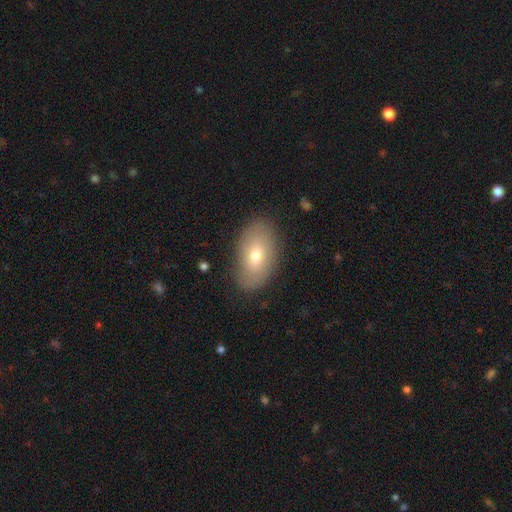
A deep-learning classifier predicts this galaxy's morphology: Smooth or featured? Predicted: smooth (p=0.66). How rounded? Predicted: in between (p=0.92). Merging? Predicted: none (p=0.85).